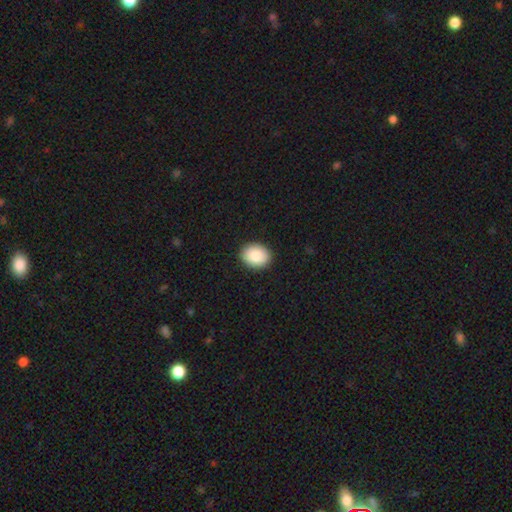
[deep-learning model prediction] A smooth galaxy with no disk features (89%) that is in between round and cigar-shaped (54%).

Vote fractions:
- Smooth or featured? smooth: 89% / star or artifact: 7% / featured or disk: 4%
- How rounded? in between: 54% / round: 45% / cigar-shaped: 1%
- Merging? none: 91% / minor disturbance: 7% / major disturbance: 2% / merger: 1%